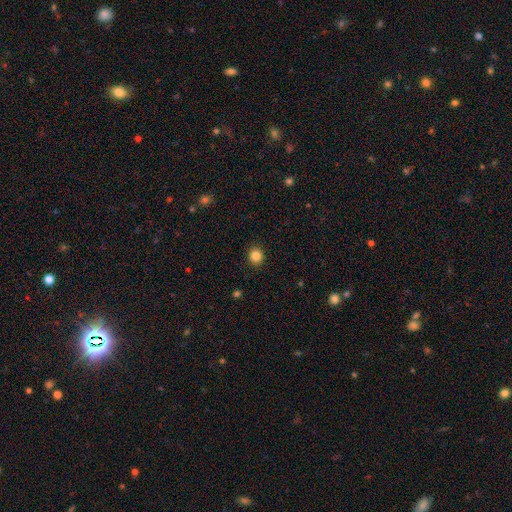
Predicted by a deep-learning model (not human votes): smooth_or_featured: smooth (p=0.84) [alt: star or artifact p=0.11]
how_rounded: round (p=0.85) [alt: in between p=0.14]
merging: none (p=0.91) [alt: minor disturbance p=0.06]